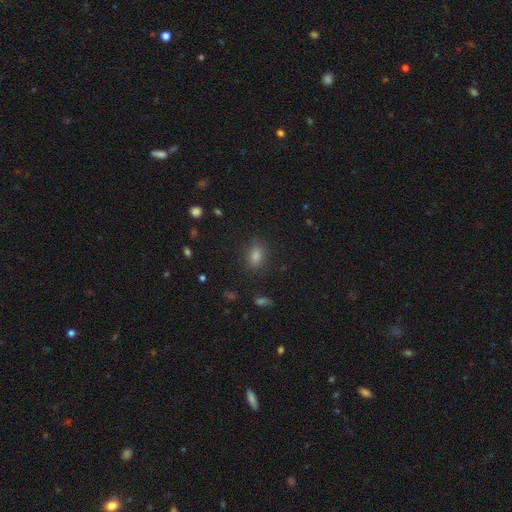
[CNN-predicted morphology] type=smooth (78%); roundness=in between (73%); merging=none (86%).